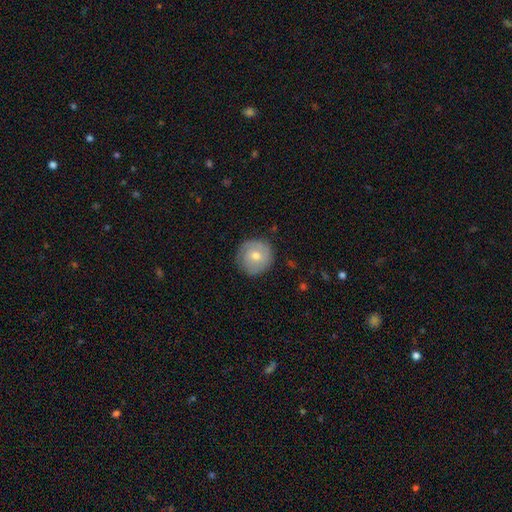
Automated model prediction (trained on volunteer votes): A smooth galaxy with no disk features (52%) that is round (94%).

Vote fractions:
- Smooth or featured? smooth: 52% / featured or disk: 40% / star or artifact: 8%
- How rounded? round: 94% / in between: 5% / cigar-shaped: 1%
- Merging? none: 84% / minor disturbance: 12% / major disturbance: 3% / merger: 1%